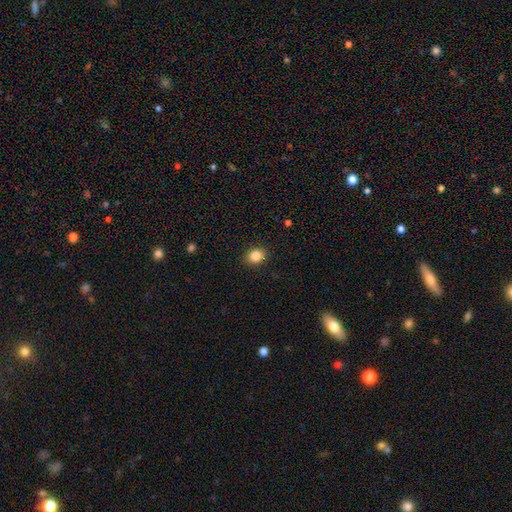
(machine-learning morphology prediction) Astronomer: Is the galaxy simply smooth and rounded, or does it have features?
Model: smooth — 86%.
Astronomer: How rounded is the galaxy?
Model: round — 52% (runner-up: in between, 47%).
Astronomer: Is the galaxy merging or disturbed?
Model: none — 90%.